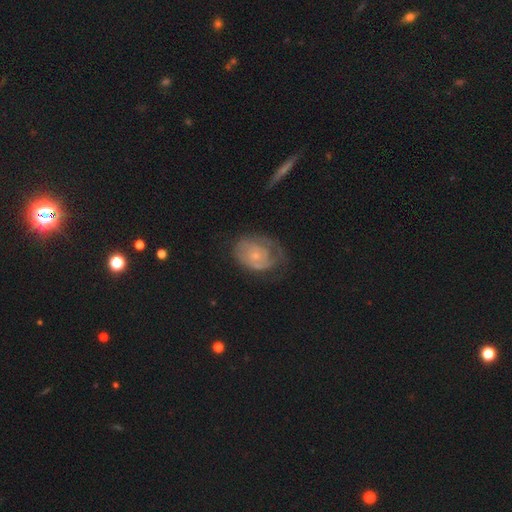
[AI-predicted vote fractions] featured or disk 64%, smooth 29%, star or artifact 7%. Down the decision tree: edge-on disk — no (97%); bar — no (81%); spiral arms — yes (72%); bulge size — small (71%); merging — none (50%).